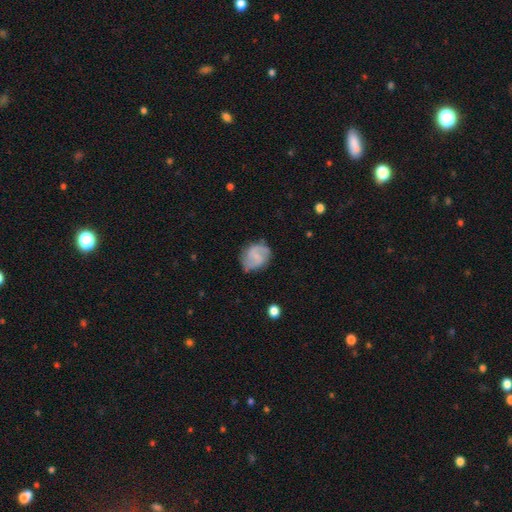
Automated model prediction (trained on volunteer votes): Smooth or featured? featured or disk (56%)
Edge-on disk? no (97%)
Bar? weak (48%)
Spiral arms? yes (85%)
Bulge size? small (42%)
Merging? none (68%)